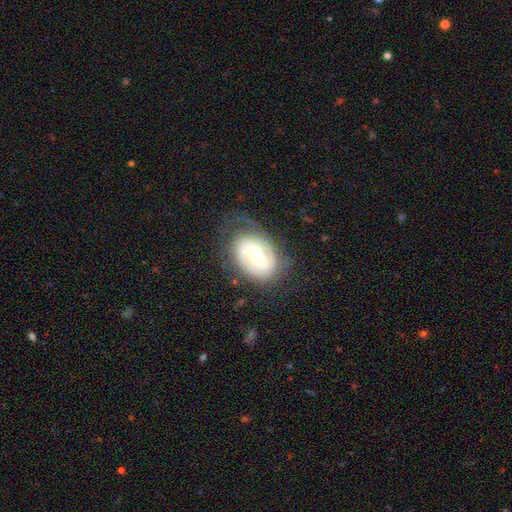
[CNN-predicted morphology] This appears to be a featured or disk galaxy (78%) with a weak bar (43%), 2 (62%) tight (56%) spiral arms (87%) and a moderate central bulge (66%). Merging: none (63%).